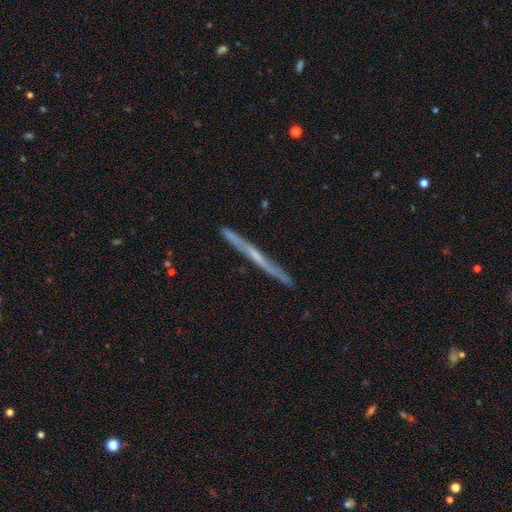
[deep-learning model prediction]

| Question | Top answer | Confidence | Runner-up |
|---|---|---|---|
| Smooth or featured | featured or disk | 68% | smooth (26%) |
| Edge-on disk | yes | 97% | no (3%) |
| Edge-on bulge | none | 66% | rounded (29%) |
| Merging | none | 89% | minor disturbance (8%) |